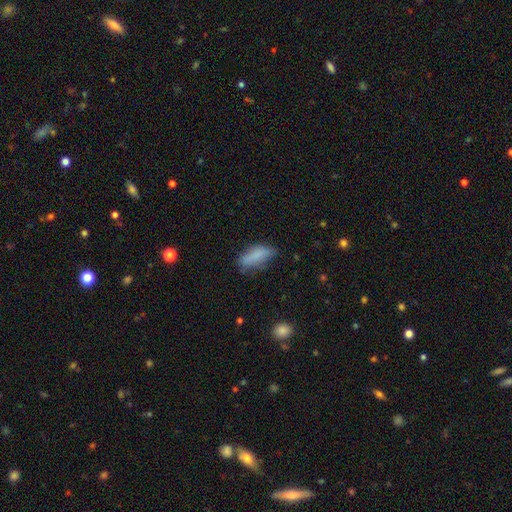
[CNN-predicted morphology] Smooth or featured: smooth — 81% (featured or disk — 11%)
How rounded: in between — 71% (cigar-shaped — 26%)
Merging: none — 61% (minor disturbance — 28%)